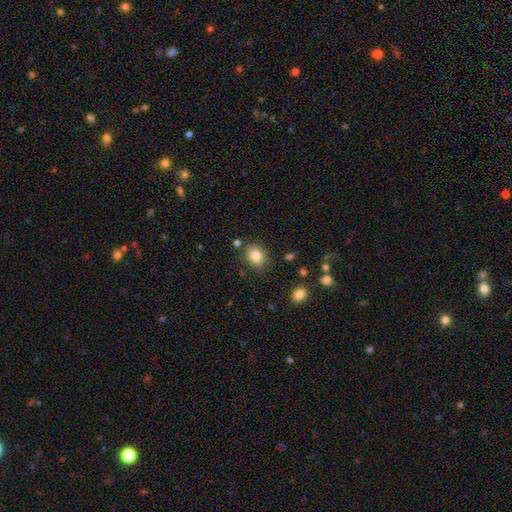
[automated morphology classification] Smooth or featured: smooth — 82% (star or artifact — 10%)
How rounded: round — 64% (in between — 35%)
Merging: none — 83% (minor disturbance — 10%)